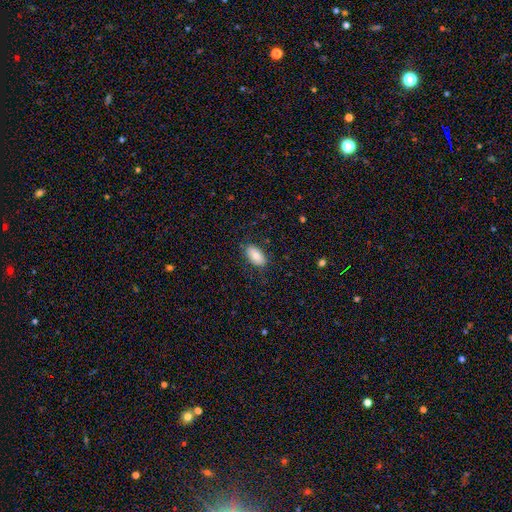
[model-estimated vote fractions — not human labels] This appears to be a smooth galaxy with no disk features (79%) that is in between round and cigar-shaped (93%). Merging: none (84%).